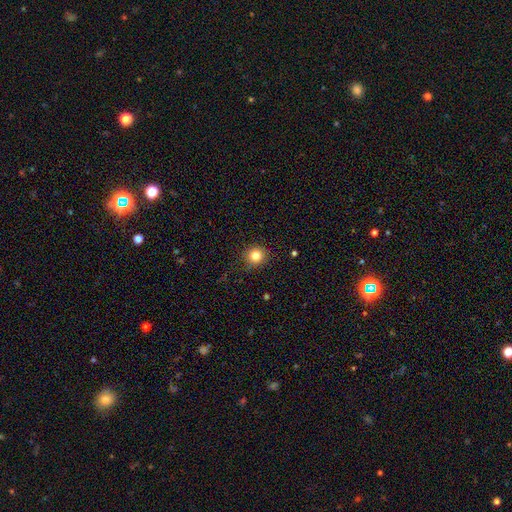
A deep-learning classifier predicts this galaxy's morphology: smooth-or-featured: smooth: 82% | star or artifact: 12% | featured or disk: 6%
  how-rounded: round: 91% | in between: 8% | cigar-shaped: 1%
  merging: none: 87% | minor disturbance: 9% | major disturbance: 3% | merger: 1%